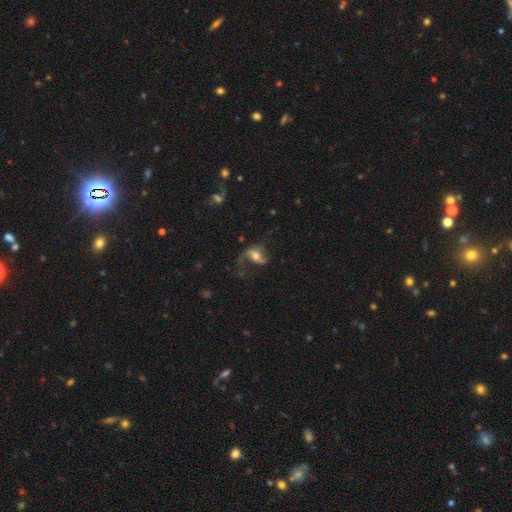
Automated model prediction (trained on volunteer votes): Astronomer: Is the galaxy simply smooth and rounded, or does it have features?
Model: featured or disk — 68%.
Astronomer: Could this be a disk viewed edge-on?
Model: no — 94%.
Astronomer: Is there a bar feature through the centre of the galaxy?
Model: no — 43% (runner-up: weak, 33%).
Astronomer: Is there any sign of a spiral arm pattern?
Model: yes — 87%.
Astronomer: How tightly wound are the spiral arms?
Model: loose — 75%.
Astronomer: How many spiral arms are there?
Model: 2 — 80%.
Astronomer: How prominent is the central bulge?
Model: moderate — 65%.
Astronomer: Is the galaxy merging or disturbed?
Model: none — 50% (runner-up: major disturbance, 26%).